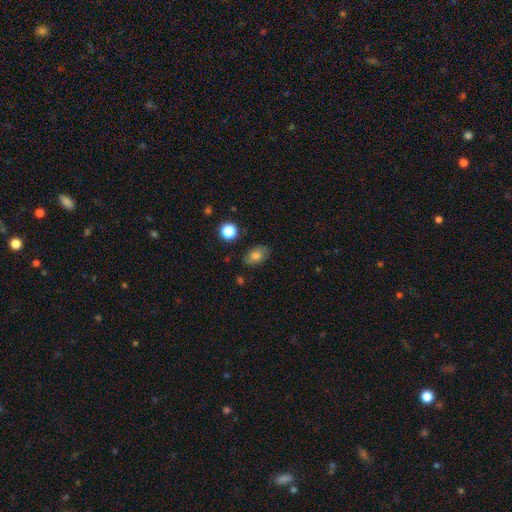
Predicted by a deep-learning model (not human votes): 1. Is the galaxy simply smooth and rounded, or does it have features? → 75% smooth, 14% featured or disk, 10% star or artifact.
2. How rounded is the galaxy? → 85% in between, 13% round, 2% cigar-shaped.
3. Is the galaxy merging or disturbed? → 80% none, 15% minor disturbance, 3% major disturbance, 2% merger.